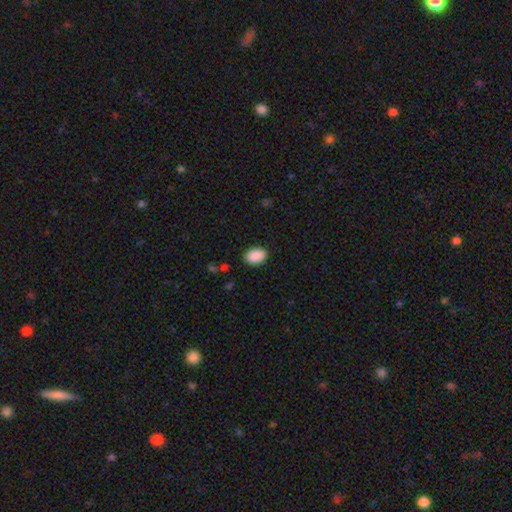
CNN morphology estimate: This appears to be a smooth galaxy with no disk features (91%) that is in between round and cigar-shaped (84%). Merging: none (87%).